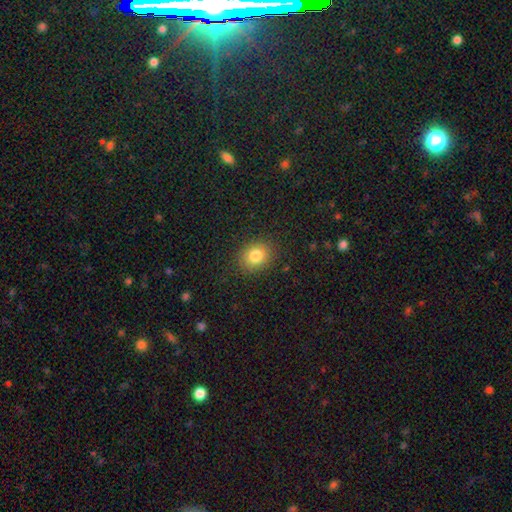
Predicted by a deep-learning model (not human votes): Smooth or featured?
  - smooth: 82% *
  - star or artifact: 11%
  - featured or disk: 7%
How rounded?
  - round: 58% *
  - in between: 41%
  - cigar-shaped: 1%
Merging?
  - none: 87% *
  - minor disturbance: 9%
  - major disturbance: 3%
  - merger: 1%